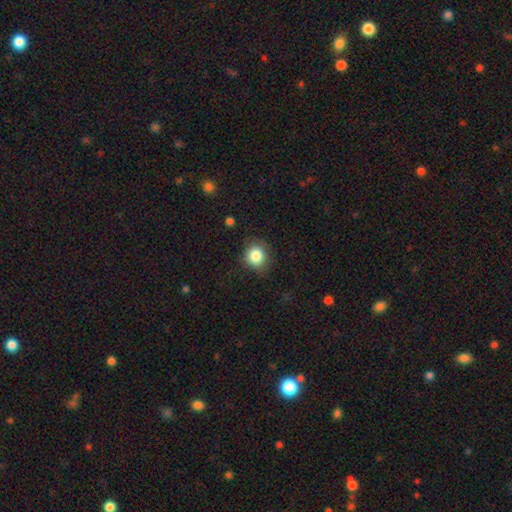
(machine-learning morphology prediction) smooth-or-featured: smooth: 84% | star or artifact: 10% | featured or disk: 6%
  how-rounded: round: 78% | in between: 21% | cigar-shaped: 1%
  merging: none: 77% | minor disturbance: 17% | major disturbance: 4% | merger: 1%